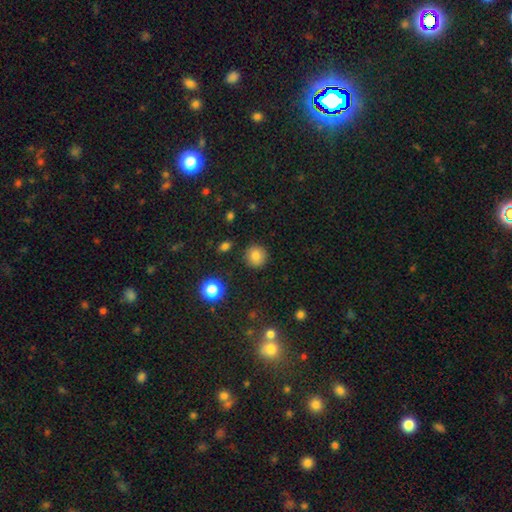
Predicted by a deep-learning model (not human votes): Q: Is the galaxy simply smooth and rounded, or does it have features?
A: smooth — 82%.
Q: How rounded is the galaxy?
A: round — 94%.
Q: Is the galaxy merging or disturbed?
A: none — 89%.